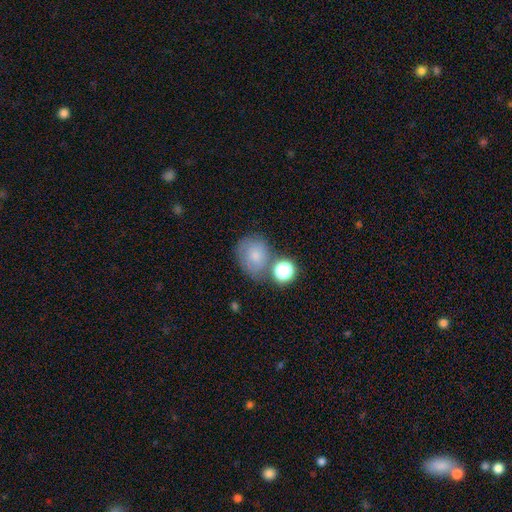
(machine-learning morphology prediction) smooth_or_featured: smooth (p=0.71) [alt: featured or disk p=0.16]
how_rounded: round (p=0.65) [alt: in between p=0.34]
merging: none (p=0.55) [alt: minor disturbance p=0.19]